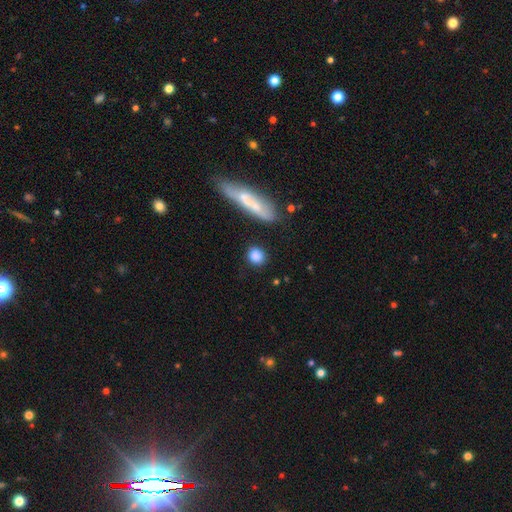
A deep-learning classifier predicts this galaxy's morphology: Overall: smooth (84%). How rounded: round (75%). Merging: none (80%).